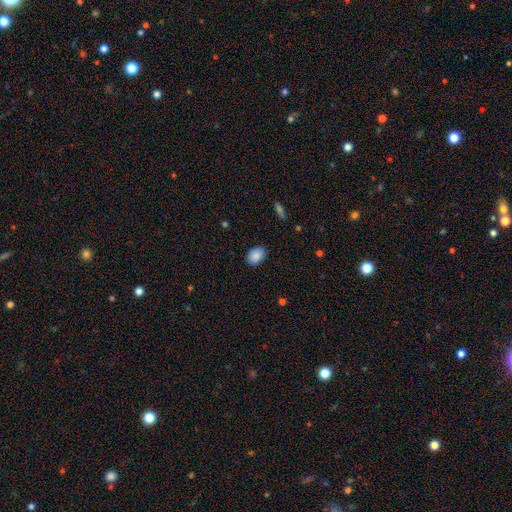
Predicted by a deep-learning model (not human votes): Morphology: type=smooth (88%); roundness=in between (76%); merging=none (85%).